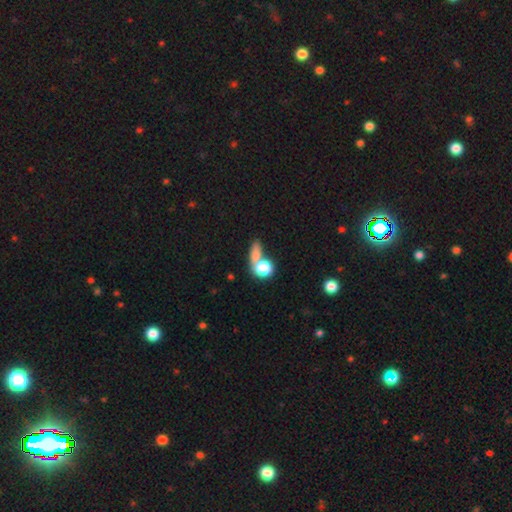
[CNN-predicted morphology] The model was most divided on "how rounded": round: 45%, in between: 43%, cigar-shaped: 11%. Remaining: smooth or featured — smooth (73%); merging — merger (44%).